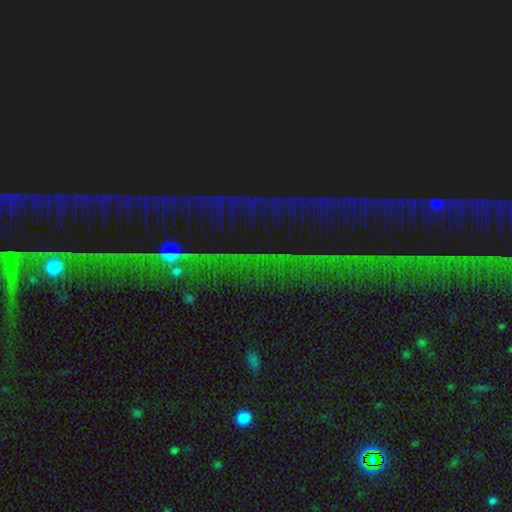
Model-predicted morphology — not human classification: smooth-or-featured: star or artifact: 86% | featured or disk: 8% | smooth: 7%